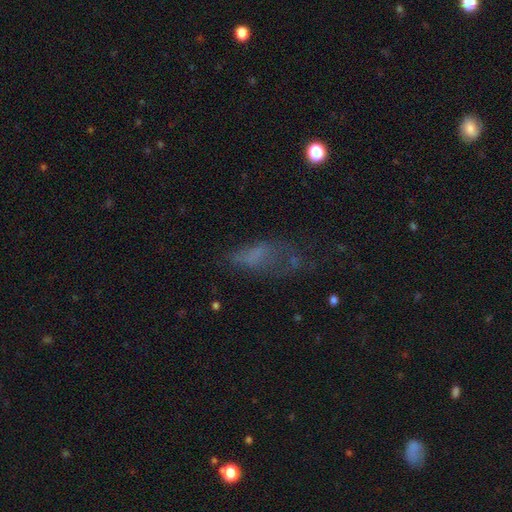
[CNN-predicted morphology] type=smooth (48%); merging=none (37%).